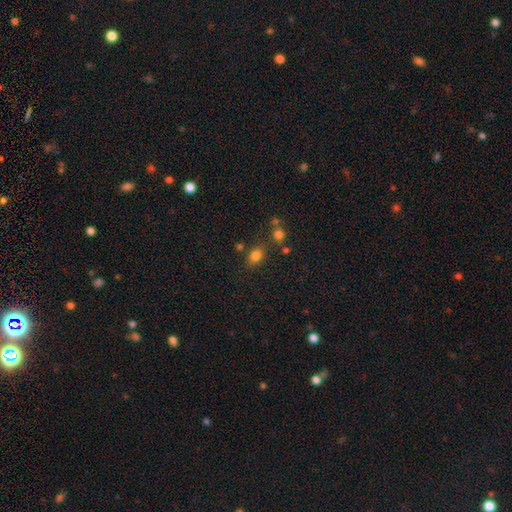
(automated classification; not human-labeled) smooth 80%, star or artifact 14%, featured or disk 6%. Down the decision tree: how rounded — in between (62%); merging — none (73%).